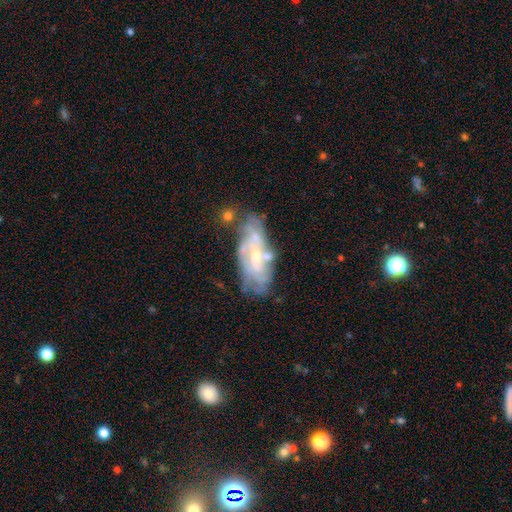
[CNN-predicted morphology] smooth-or-featured: featured or disk: 72% | smooth: 20% | star or artifact: 8%
  disk-edge-on: no: 90% | yes: 10%
    bar: no: 57% | weak: 32% | strong: 11%
    has-spiral-arms: yes: 61% | no: 39%
    bulge-size: small: 58% | moderate: 32% | none: 7% | large: 2% | dominant: 1%
  merging: none: 48% | minor disturbance: 23% | merger: 15% | major disturbance: 15%